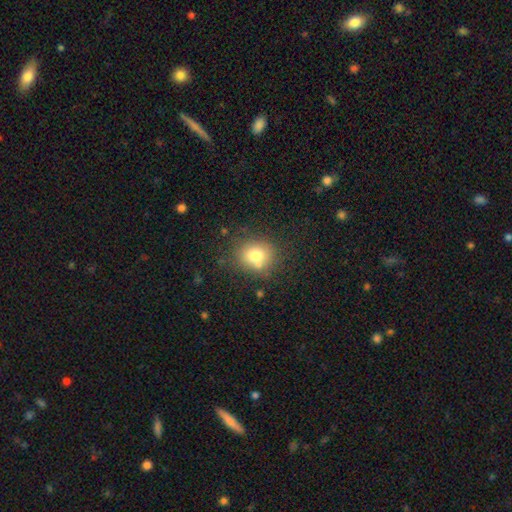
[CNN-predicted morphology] type=smooth (75%); roundness=round (72%); merging=none (67%).